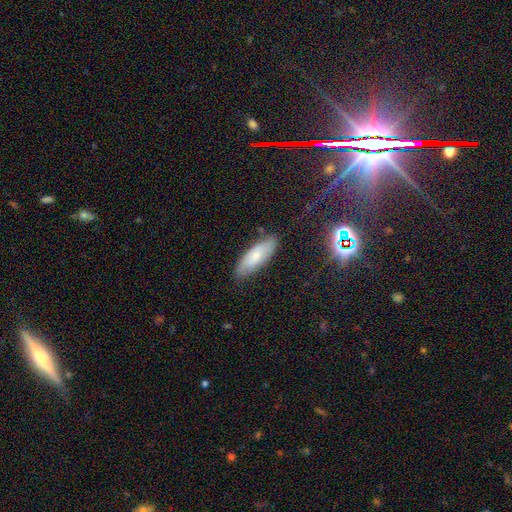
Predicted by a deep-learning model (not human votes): This is likely a smooth galaxy (68%). How rounded: likely in between (62%). Merging: likely none (80%).